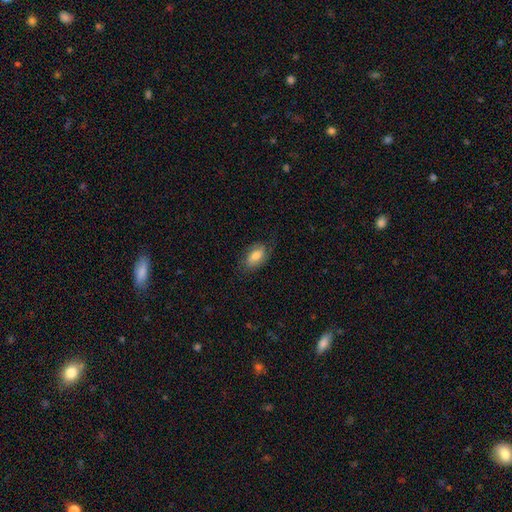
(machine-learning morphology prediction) This appears to be a smooth galaxy with no disk features (57%) that is in between round and cigar-shaped (89%). Merging: none (67%).